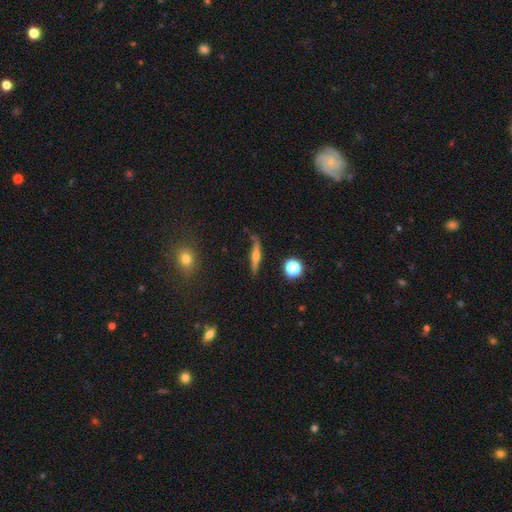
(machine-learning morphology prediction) featured or disk 53%, smooth 36%, star or artifact 10%. Down the decision tree: edge-on disk — yes (86%); merging — none (69%).